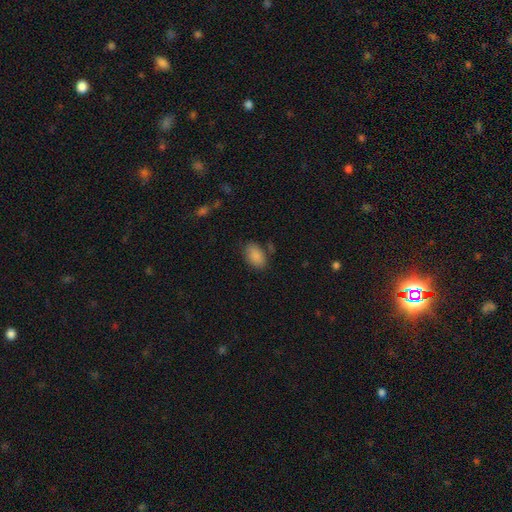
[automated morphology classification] Smooth or featured? smooth (88%)
How rounded? in between (91%)
Merging? none (78%)